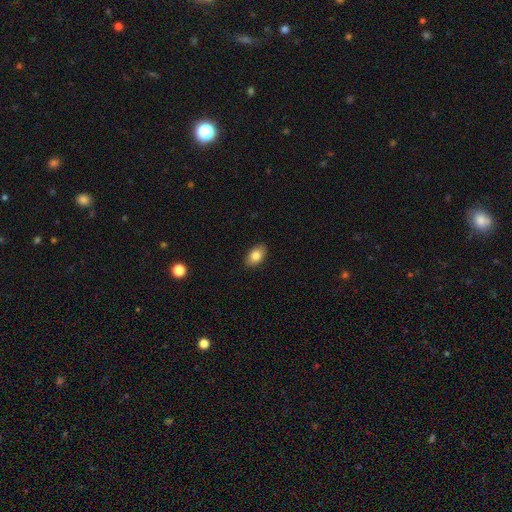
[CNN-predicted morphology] Smooth or featured: smooth — 83% (featured or disk — 9%)
How rounded: in between — 90% (round — 8%)
Merging: none — 89% (minor disturbance — 8%)